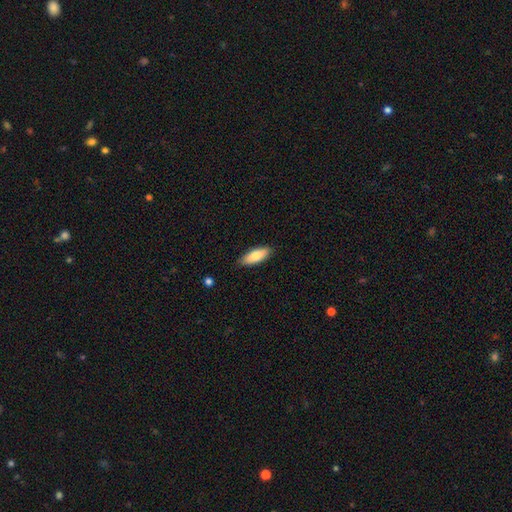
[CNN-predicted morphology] A smooth galaxy with no disk features (80%) that is in between round and cigar-shaped (71%). Merging: none (87%).